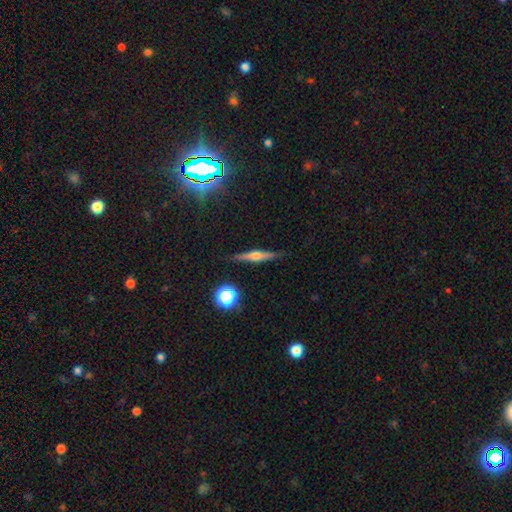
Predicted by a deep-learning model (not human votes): featured or disk 68%, smooth 24%, star or artifact 9%. Down the decision tree: edge-on disk — yes (97%); edge-on bulge — rounded (87%); merging — none (88%).